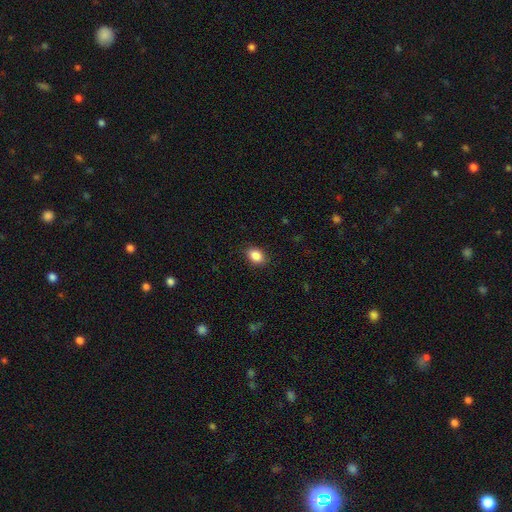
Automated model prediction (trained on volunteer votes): Morphology: type=smooth (88%); roundness=in between (72%); merging=none (88%).